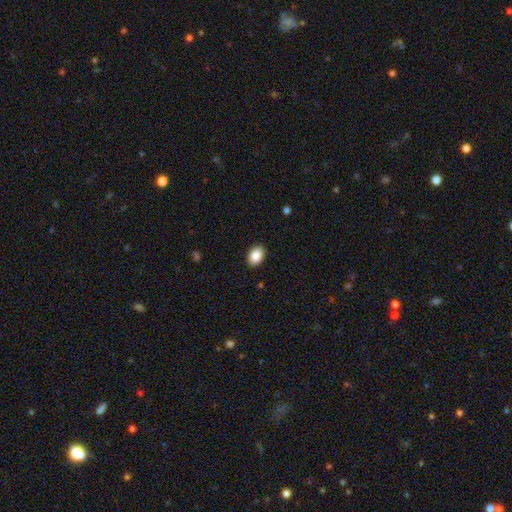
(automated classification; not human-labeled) A smooth galaxy with no disk features (88%) that is in between round and cigar-shaped (79%).

Vote fractions:
- Smooth or featured? smooth: 88% / star or artifact: 8% / featured or disk: 4%
- How rounded? in between: 79% / round: 20% / cigar-shaped: 1%
- Merging? none: 90% / minor disturbance: 8% / major disturbance: 2% / merger: 1%